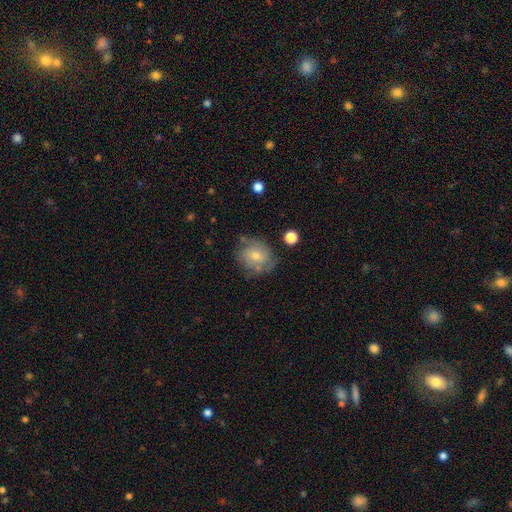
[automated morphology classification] smooth_or_featured: featured or disk (p=0.50) [alt: smooth p=0.39]
disk_edge_on: no (p=0.96) [alt: yes p=0.04]
merging: none (p=0.70) [alt: minor disturbance p=0.20]